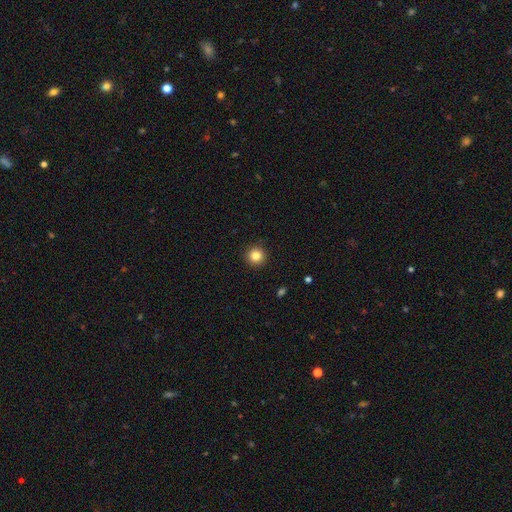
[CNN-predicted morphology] Q: Smooth or featured?
A: smooth (84%); runner-up: star or artifact (11%)
Q: How rounded?
A: round (96%); runner-up: in between (3%)
Q: Merging?
A: none (93%); runner-up: minor disturbance (5%)